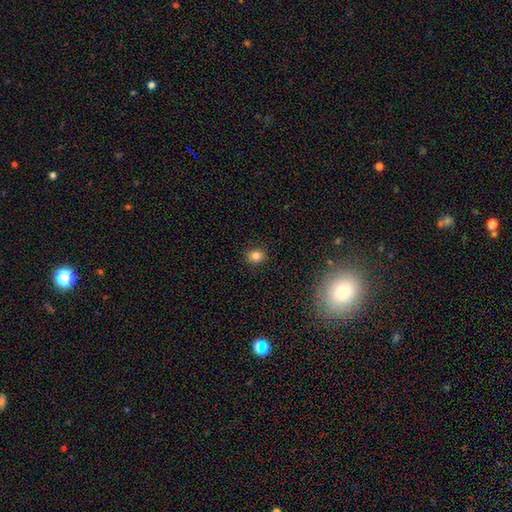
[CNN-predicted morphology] Smooth or featured? Predicted: smooth (p=0.83). How rounded? Predicted: round (p=0.60). Merging? Predicted: none (p=0.89).